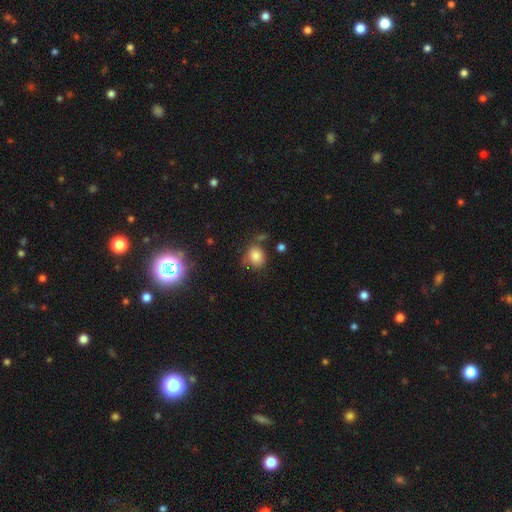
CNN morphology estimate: Smooth or featured?
  - smooth: 81% *
  - star or artifact: 12%
  - featured or disk: 7%
How rounded?
  - round: 68% *
  - in between: 31%
  - cigar-shaped: 1%
Merging?
  - none: 64% *
  - minor disturbance: 21%
  - merger: 8%
  - major disturbance: 7%